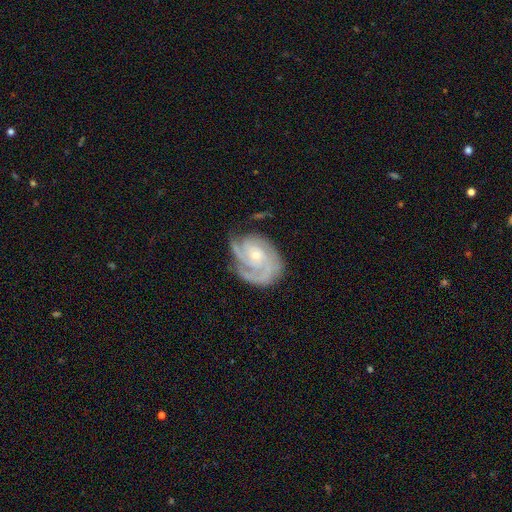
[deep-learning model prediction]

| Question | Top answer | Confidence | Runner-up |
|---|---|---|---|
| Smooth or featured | featured or disk | 90% | smooth (6%) |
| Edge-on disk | no | 98% | yes (2%) |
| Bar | no | 72% | weak (23%) |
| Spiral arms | yes | 98% | no (2%) |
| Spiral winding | tight | 68% | medium (27%) |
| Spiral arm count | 3 | 39% | 2 (28%) |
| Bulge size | small | 65% | moderate (32%) |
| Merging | none | 67% | minor disturbance (22%) |